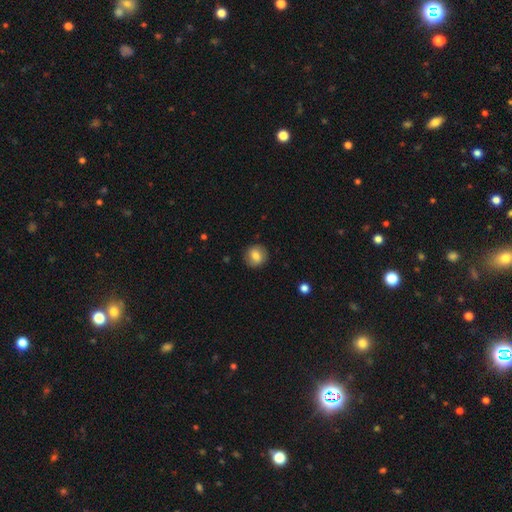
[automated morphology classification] A smooth galaxy with no disk features (74%) that is round (89%).

Vote fractions:
- Smooth or featured? smooth: 74% / featured or disk: 17% / star or artifact: 8%
- How rounded? round: 89% / in between: 10% / cigar-shaped: 1%
- Merging? none: 88% / minor disturbance: 9% / major disturbance: 3% / merger: 1%